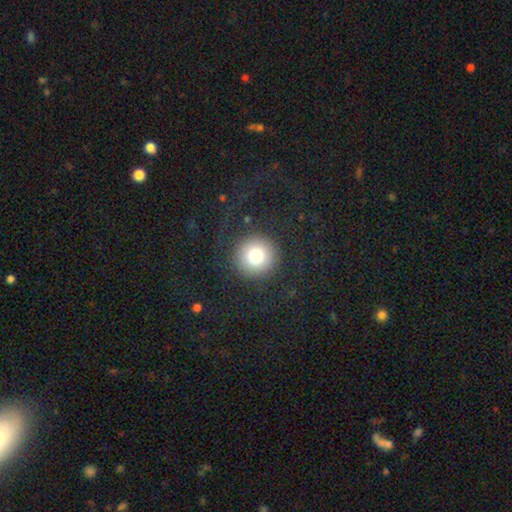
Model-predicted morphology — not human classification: Smooth or featured: smooth — 78% (featured or disk — 11%)
How rounded: round — 95% (in between — 4%)
Merging: none — 83% (major disturbance — 8%)